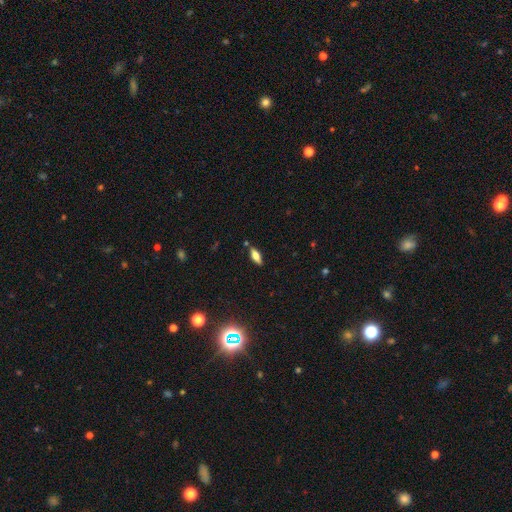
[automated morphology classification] Smooth or featured? Predicted: smooth (p=0.66). How rounded? Predicted: in between (p=0.71). Merging? Predicted: none (p=0.82).